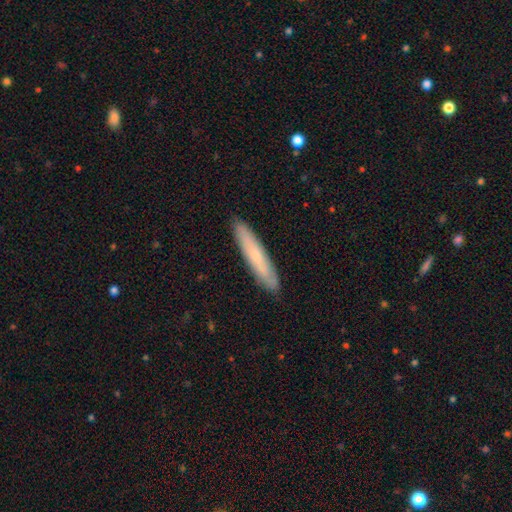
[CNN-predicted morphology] Overall: smooth (61%; featured or disk 33%). How rounded: cigar-shaped (91%). Merging: none (89%).